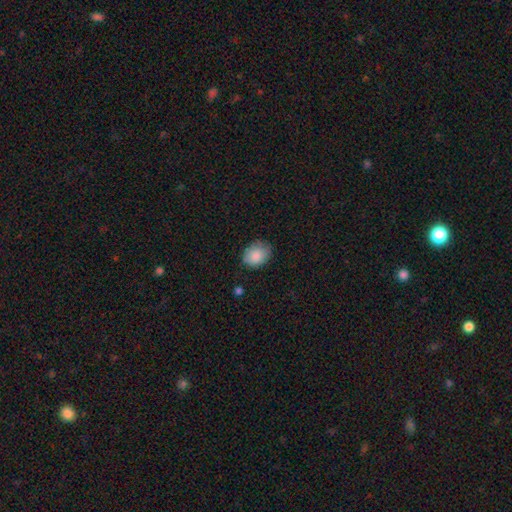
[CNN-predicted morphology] Smooth or featured: smooth — 86% (star or artifact — 7%)
How rounded: in between — 58% (round — 41%)
Merging: none — 73% (minor disturbance — 21%)